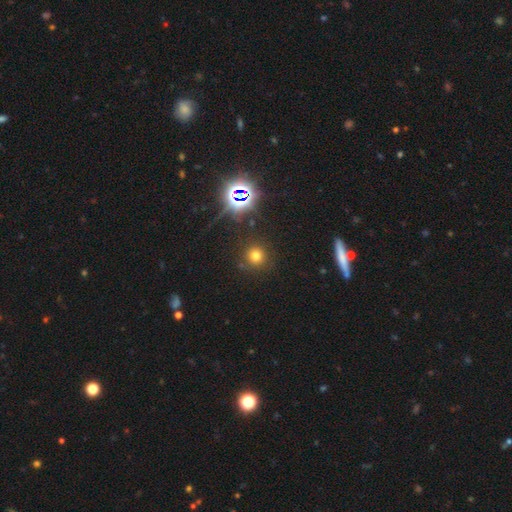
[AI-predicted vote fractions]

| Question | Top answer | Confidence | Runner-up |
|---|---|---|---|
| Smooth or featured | smooth | 68% | star or artifact (24%) |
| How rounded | round | 93% | in between (6%) |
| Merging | none | 86% | minor disturbance (8%) |